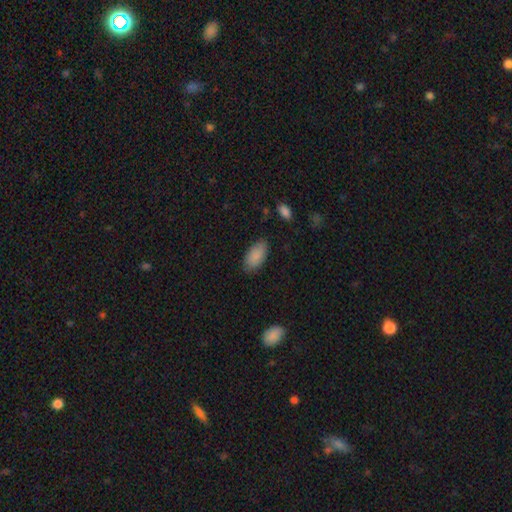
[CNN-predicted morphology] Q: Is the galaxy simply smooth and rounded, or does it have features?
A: smooth — 88%.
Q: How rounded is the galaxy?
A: in between — 94%.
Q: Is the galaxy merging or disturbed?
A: none — 82%.